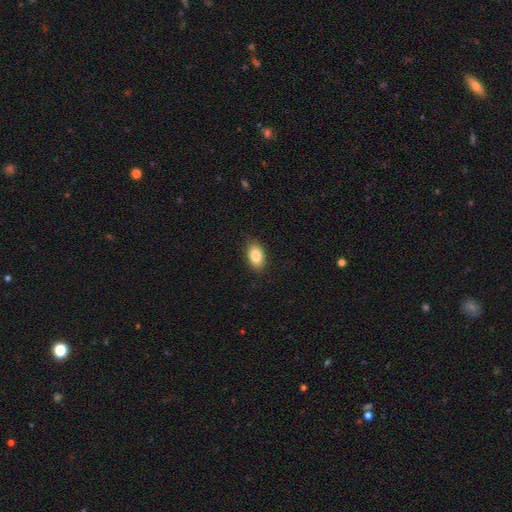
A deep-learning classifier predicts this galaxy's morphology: smooth 85%, featured or disk 7%, star or artifact 7%. Down the decision tree: how rounded — in between (91%); merging — none (85%).